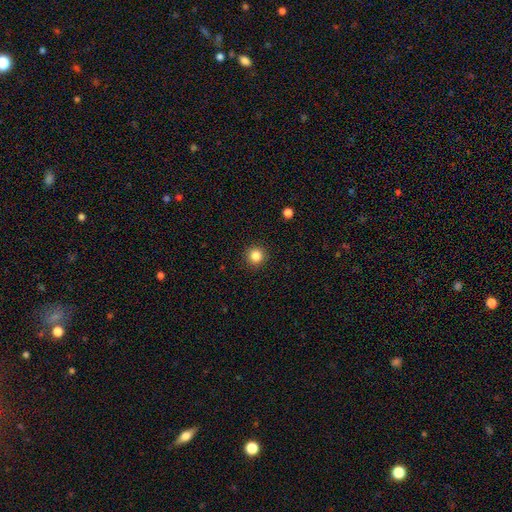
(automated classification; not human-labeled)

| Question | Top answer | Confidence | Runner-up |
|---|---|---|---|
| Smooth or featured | smooth | 85% | star or artifact (11%) |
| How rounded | round | 95% | in between (4%) |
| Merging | none | 92% | minor disturbance (5%) |